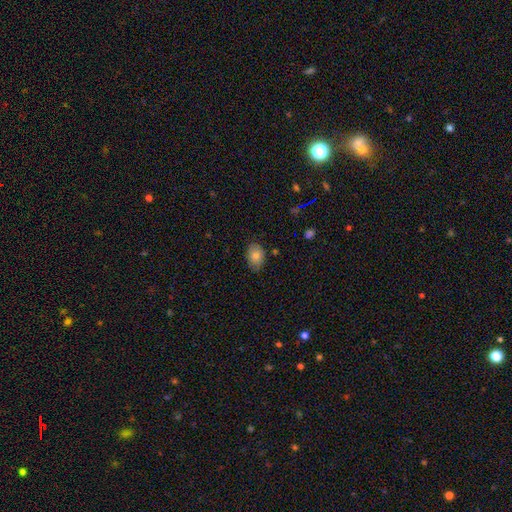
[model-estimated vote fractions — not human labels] Morphology: type=smooth (80%); roundness=in between (78%); merging=none (78%).